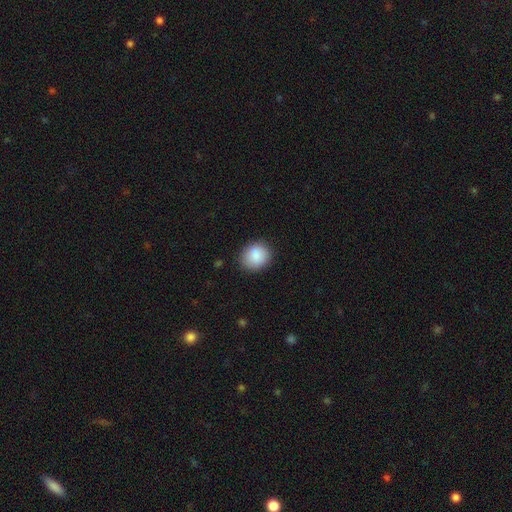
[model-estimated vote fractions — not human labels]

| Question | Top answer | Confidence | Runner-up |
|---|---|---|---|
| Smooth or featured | smooth | 87% | star or artifact (7%) |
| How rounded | round | 70% | in between (30%) |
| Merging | none | 86% | minor disturbance (11%) |